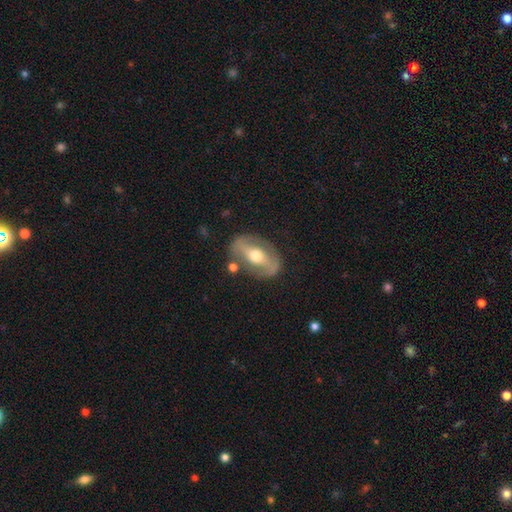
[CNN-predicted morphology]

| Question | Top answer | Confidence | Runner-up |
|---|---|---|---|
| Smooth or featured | featured or disk | 73% | smooth (22%) |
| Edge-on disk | no | 87% | yes (13%) |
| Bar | strong | 53% | weak (25%) |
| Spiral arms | yes | 53% | no (47%) |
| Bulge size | moderate | 73% | small (12%) |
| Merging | none | 78% | minor disturbance (13%) |